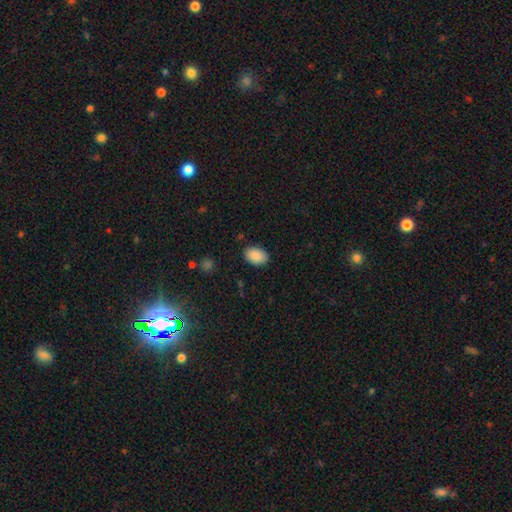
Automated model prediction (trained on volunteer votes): This appears to be a smooth galaxy with no disk features (88%) that is in between round and cigar-shaped (86%). Merging: none (86%).